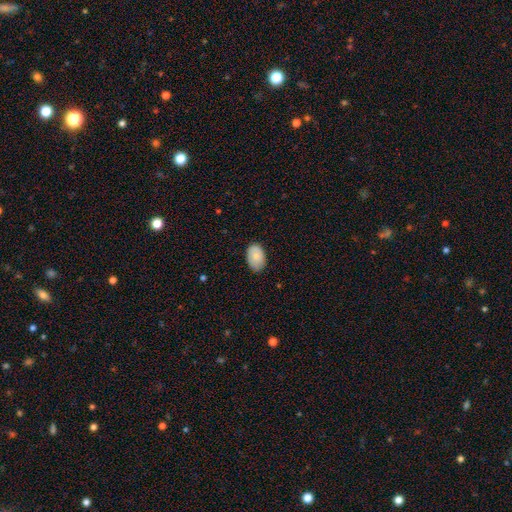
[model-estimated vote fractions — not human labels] Overall: smooth (80%). How rounded: in between (88%). Merging: none (81%).